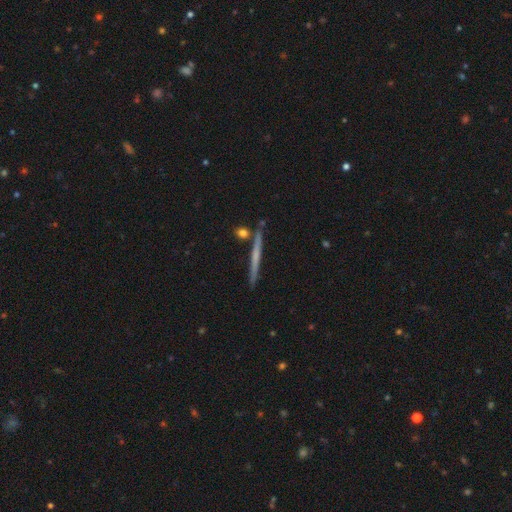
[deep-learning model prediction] Q: Smooth or featured?
A: featured or disk (53%); runner-up: smooth (41%)
Q: Edge-on disk?
A: yes (97%); runner-up: no (3%)
Q: Edge-on bulge?
A: none (79%); runner-up: rounded (16%)
Q: Merging?
A: none (87%); runner-up: minor disturbance (7%)